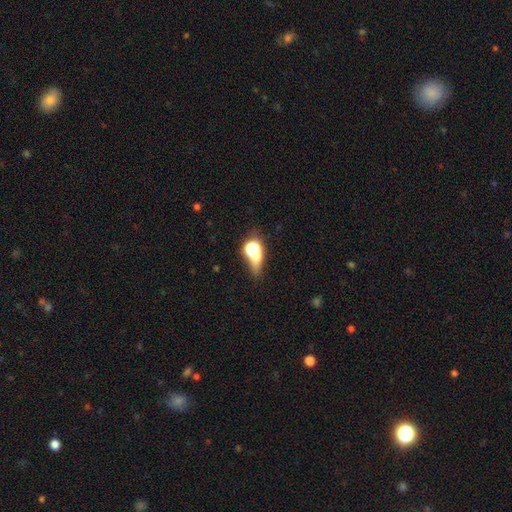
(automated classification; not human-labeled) Overall: smooth (60%). How rounded: in between (50%; round 34%). Merging: none (40%; merger 25%).